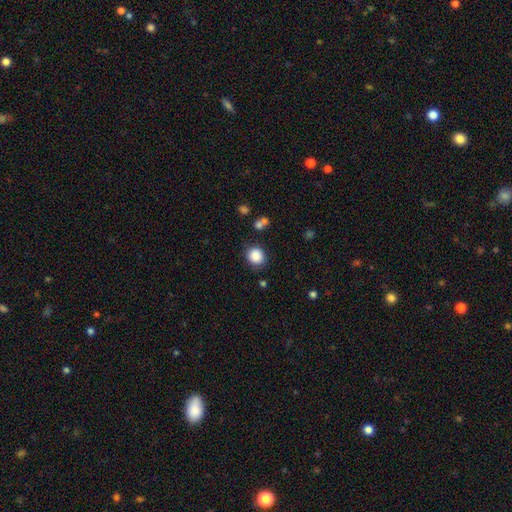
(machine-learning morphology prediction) The model was most divided on "how rounded": round: 79%, in between: 20%, cigar-shaped: 1%. More confident: smooth or featured — smooth (87%); merging — none (82%).